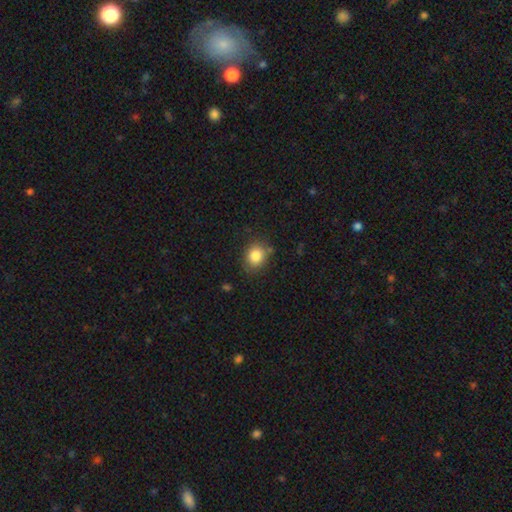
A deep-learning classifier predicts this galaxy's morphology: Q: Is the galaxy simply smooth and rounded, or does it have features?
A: smooth — 84%.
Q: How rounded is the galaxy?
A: round — 60%.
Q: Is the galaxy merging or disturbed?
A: none — 78%.